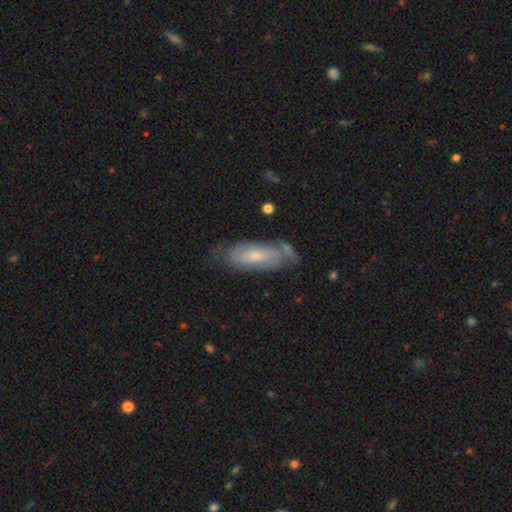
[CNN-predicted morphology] Overall: featured or disk (53%; smooth 40%). Edge-on disk: no (79%). Merging: none (60%; minor disturbance 26%).